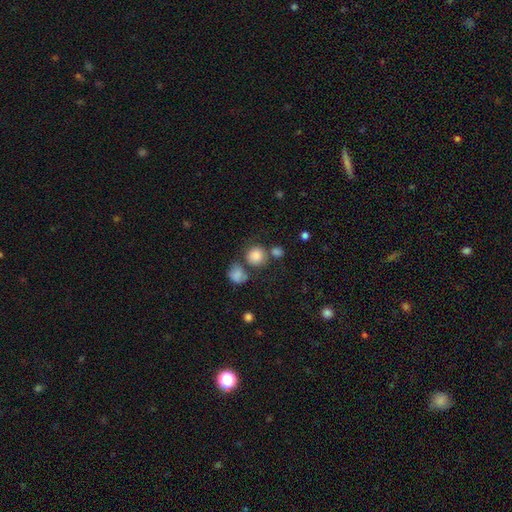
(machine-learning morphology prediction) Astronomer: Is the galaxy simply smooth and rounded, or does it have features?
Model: smooth — 83%.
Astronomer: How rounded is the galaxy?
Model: round — 88%.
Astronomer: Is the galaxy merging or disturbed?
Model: none — 62%.